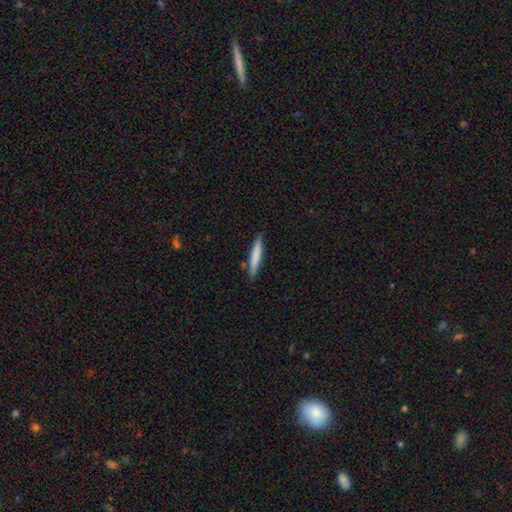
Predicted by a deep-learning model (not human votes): A smooth galaxy with no disk features (72%) that is cigar-shaped (93%). Merging: none (86%).